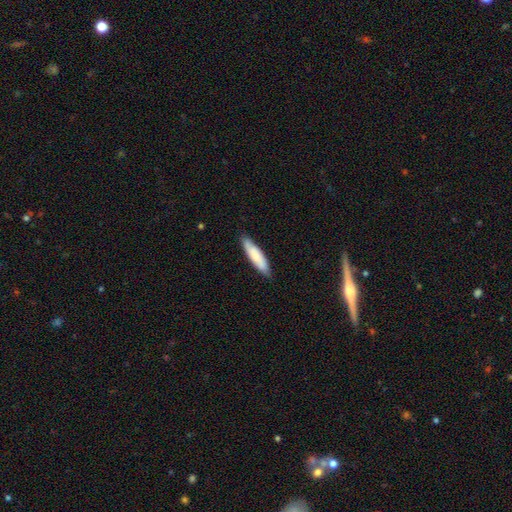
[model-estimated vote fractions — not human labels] smooth 75%, featured or disk 20%, star or artifact 5%. Down the decision tree: how rounded — cigar-shaped (69%); merging — none (85%).